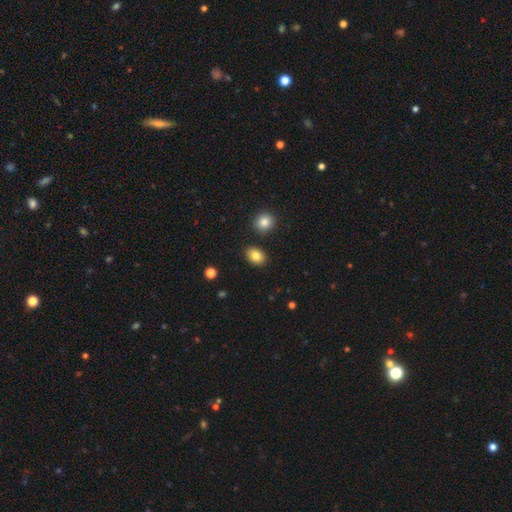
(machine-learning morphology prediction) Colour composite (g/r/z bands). It shows a smooth galaxy with no disk features (84%) that is in between round and cigar-shaped (71%). Merging: none (86%).